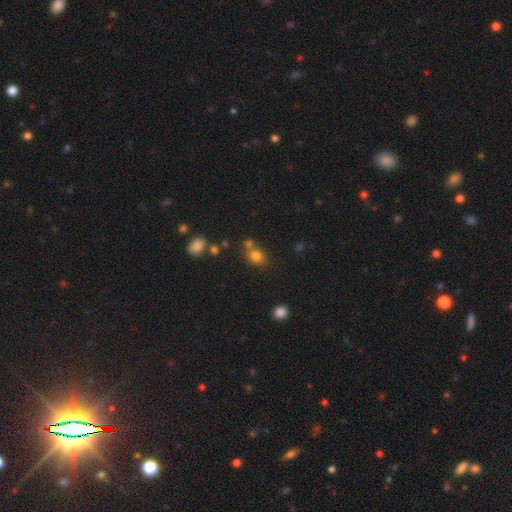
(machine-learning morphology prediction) Q: Smooth or featured?
A: smooth (78%); runner-up: star or artifact (14%)
Q: How rounded?
A: round (59%); runner-up: in between (40%)
Q: Merging?
A: none (58%); runner-up: merger (25%)